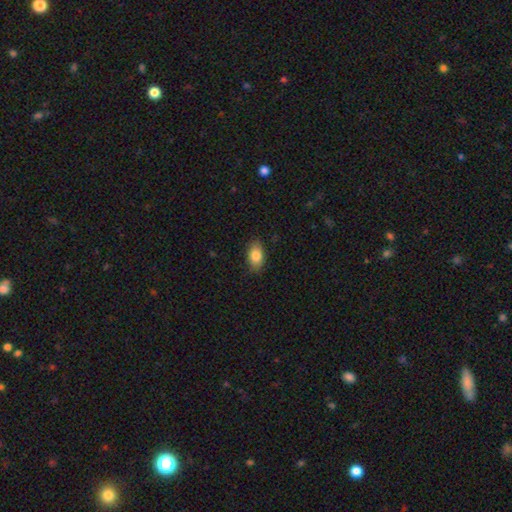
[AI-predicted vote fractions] A smooth galaxy with no disk features (85%) that is in between round and cigar-shaped (89%).

Vote fractions:
- Smooth or featured? smooth: 85% / featured or disk: 8% / star or artifact: 7%
- How rounded? in between: 89% / round: 8% / cigar-shaped: 3%
- Merging? none: 85% / minor disturbance: 11% / major disturbance: 3% / merger: 1%